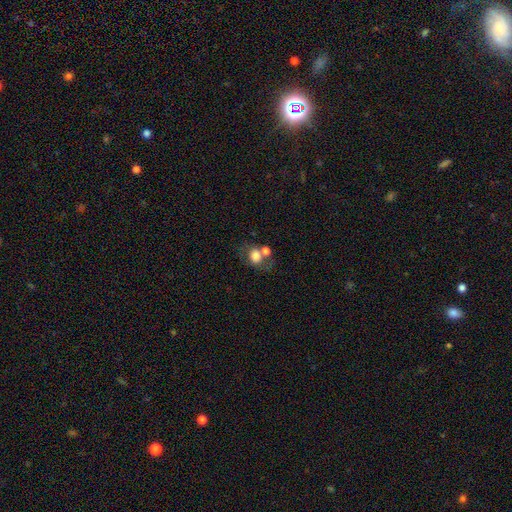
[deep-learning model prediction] The model was most divided on "merging": none: 39%, merger: 38%, minor disturbance: 14%, major disturbance: 9%. More confident: smooth or featured — smooth (71%); how rounded — round (50%).